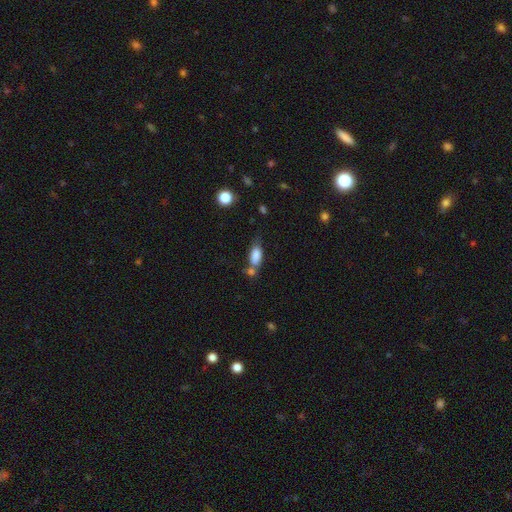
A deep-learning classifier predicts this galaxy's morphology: smooth_or_featured: smooth (p=0.82) [alt: featured or disk p=0.10]
how_rounded: in between (p=0.85) [alt: cigar-shaped p=0.10]
merging: none (p=0.37) [alt: merger p=0.33]